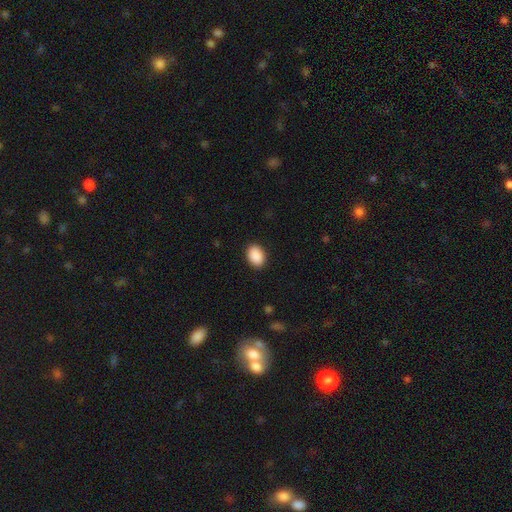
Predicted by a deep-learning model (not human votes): The model was most divided on "how rounded": in between: 79%, round: 20%, cigar-shaped: 1%. More confident: smooth or featured — smooth (90%); merging — none (89%).